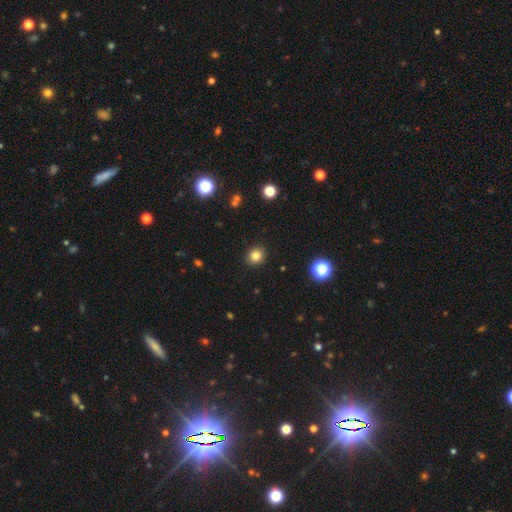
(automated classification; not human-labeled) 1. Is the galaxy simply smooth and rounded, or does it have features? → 82% smooth, 12% star or artifact, 6% featured or disk.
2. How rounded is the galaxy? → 79% round, 20% in between, 1% cigar-shaped.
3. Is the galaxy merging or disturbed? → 91% none, 6% minor disturbance, 2% major disturbance, 1% merger.